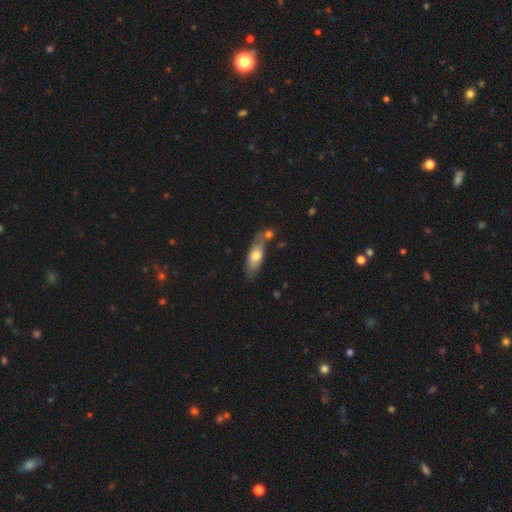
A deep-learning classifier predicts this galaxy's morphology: smooth-or-featured: smooth: 68% | featured or disk: 26% | star or artifact: 6%
  how-rounded: in between: 67% | cigar-shaped: 30% | round: 3%
  merging: none: 55% | merger: 20% | minor disturbance: 20% | major disturbance: 6%